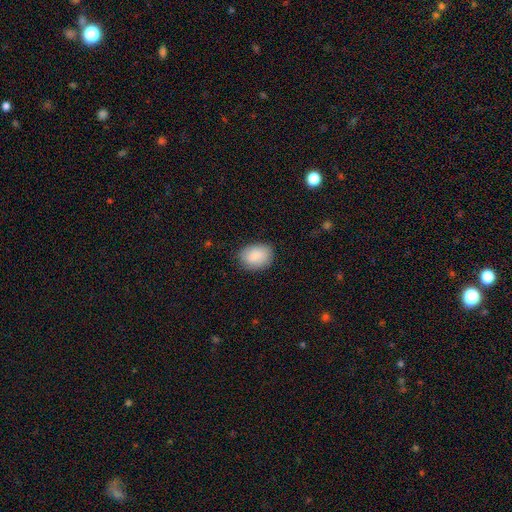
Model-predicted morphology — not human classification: Smooth or featured: smooth — 88% (star or artifact — 6%)
How rounded: in between — 73% (round — 26%)
Merging: none — 83% (minor disturbance — 13%)